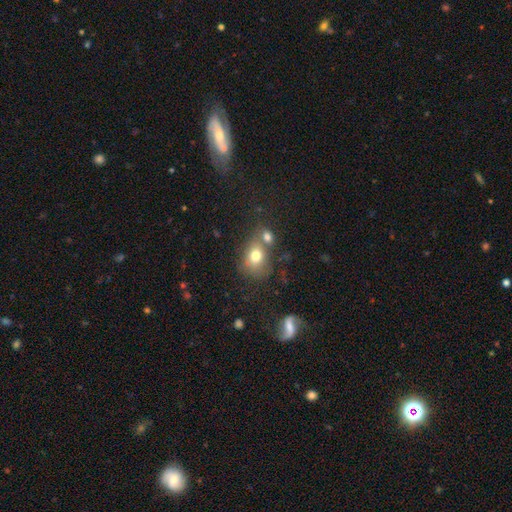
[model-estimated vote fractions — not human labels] The model was most divided on "merging": none: 43%, merger: 35%, minor disturbance: 15%, major disturbance: 7%. More confident: smooth or featured — smooth (75%); how rounded — in between (58%).